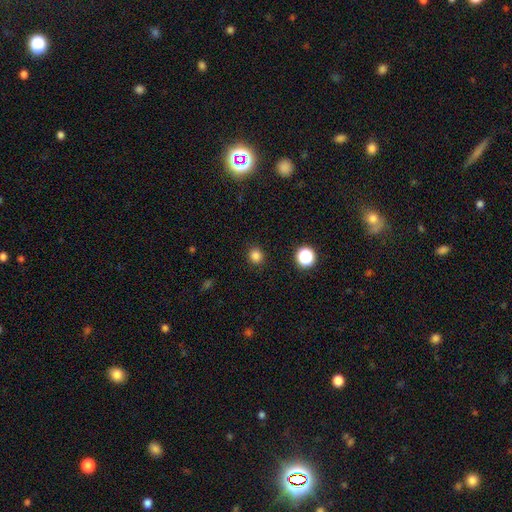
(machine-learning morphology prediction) smooth_or_featured: smooth (p=0.82) [alt: star or artifact p=0.14]
how_rounded: round (p=0.85) [alt: in between p=0.14]
merging: none (p=0.90) [alt: minor disturbance p=0.07]